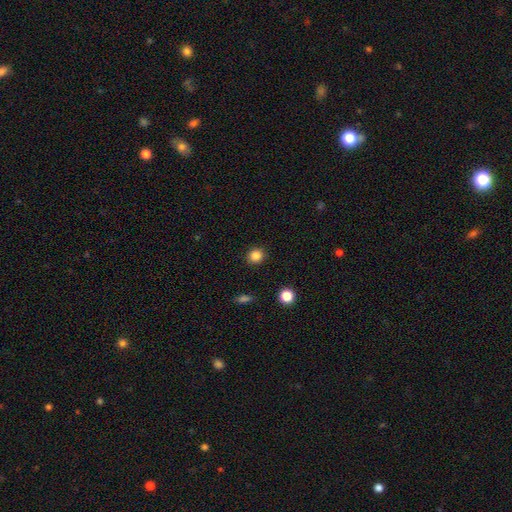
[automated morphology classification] smooth-or-featured: smooth: 85% | star or artifact: 11% | featured or disk: 4%
  how-rounded: round: 83% | in between: 16% | cigar-shaped: 1%
  merging: none: 90% | minor disturbance: 6% | major disturbance: 2% | merger: 1%